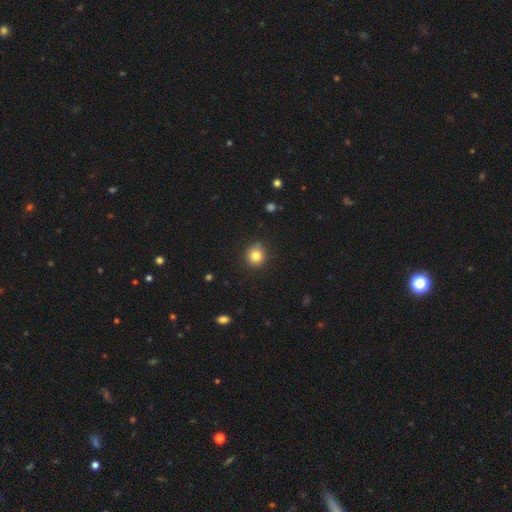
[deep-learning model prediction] A smooth galaxy with no disk features (83%) that is round (88%). Merging: none (89%).